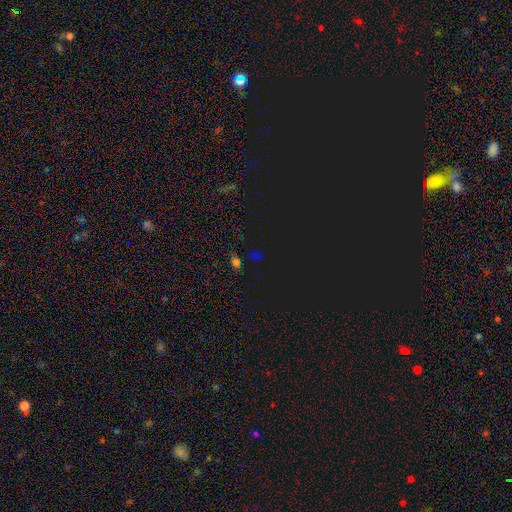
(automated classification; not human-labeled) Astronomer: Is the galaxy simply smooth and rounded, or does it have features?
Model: star or artifact — 66%.